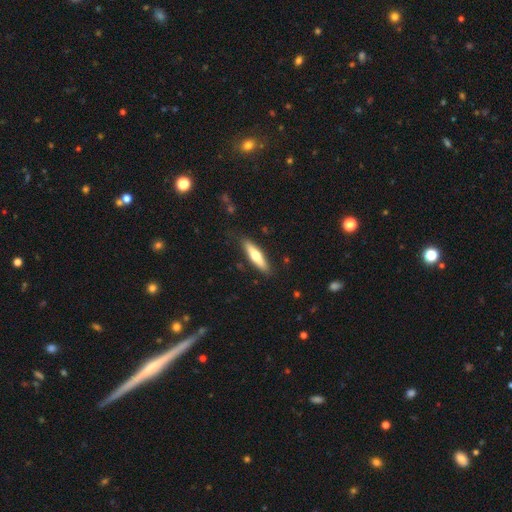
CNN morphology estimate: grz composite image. It shows a smooth galaxy with no disk features (54%) that is cigar-shaped (75%). Merging: none (86%).